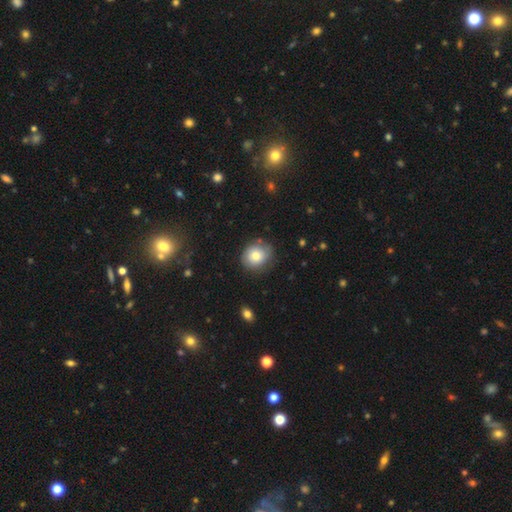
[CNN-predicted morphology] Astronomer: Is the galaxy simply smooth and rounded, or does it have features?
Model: smooth — 76%.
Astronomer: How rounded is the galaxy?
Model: round — 77%.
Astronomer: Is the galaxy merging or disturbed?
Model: none — 78%.